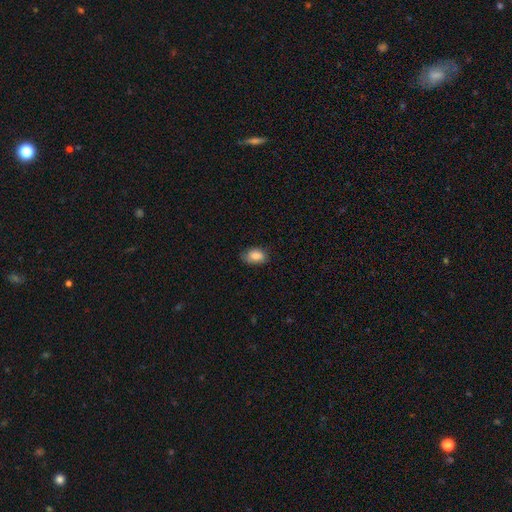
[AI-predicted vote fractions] Smooth or featured? smooth (83%)
How rounded? in between (89%)
Merging? none (74%)